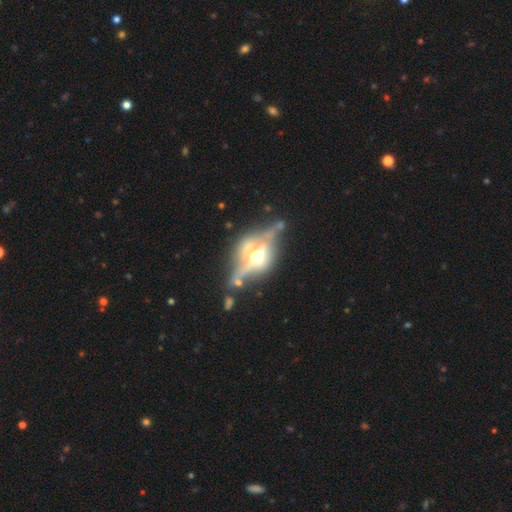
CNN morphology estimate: A featured or disk galaxy (80%) viewed edge-on (79%) with a rounded central bulge (92%).

Vote fractions:
- Smooth or featured? featured or disk: 80% / smooth: 12% / star or artifact: 8%
- Edge-on disk? yes: 79% / no: 21%
- Edge-on bulge? rounded: 92% / boxy: 6% / none: 2%
- Merging? none: 59% / minor disturbance: 17% / merger: 12% / major disturbance: 12%